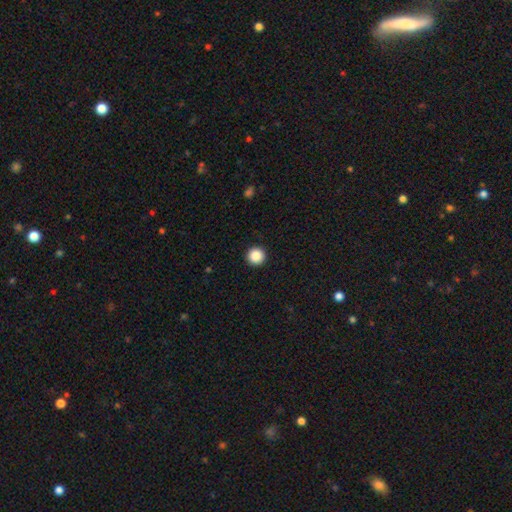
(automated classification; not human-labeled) This appears to be a smooth galaxy with no disk features (88%) that is round (97%). Merging: none (94%).